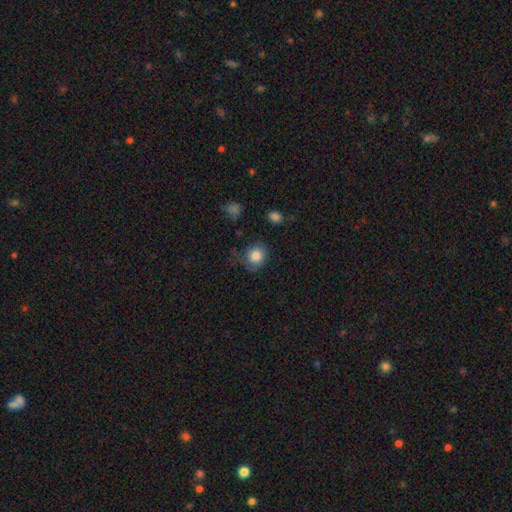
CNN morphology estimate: Q: Smooth or featured?
A: smooth (83%); runner-up: star or artifact (9%)
Q: How rounded?
A: round (76%); runner-up: in between (23%)
Q: Merging?
A: none (64%); runner-up: minor disturbance (24%)